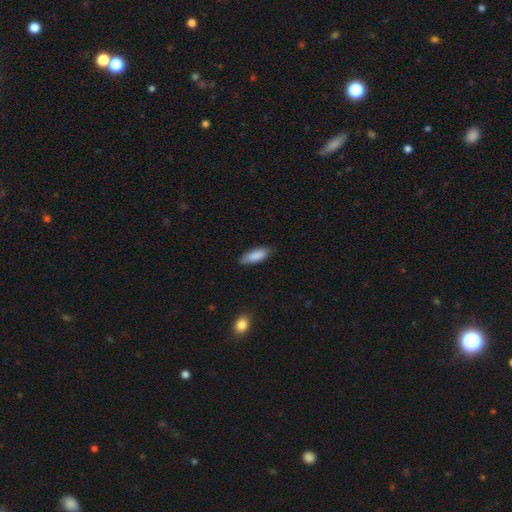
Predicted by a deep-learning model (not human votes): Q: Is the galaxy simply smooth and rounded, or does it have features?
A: smooth — 87%.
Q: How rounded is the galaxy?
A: in between — 71%.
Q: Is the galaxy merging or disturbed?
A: none — 82%.